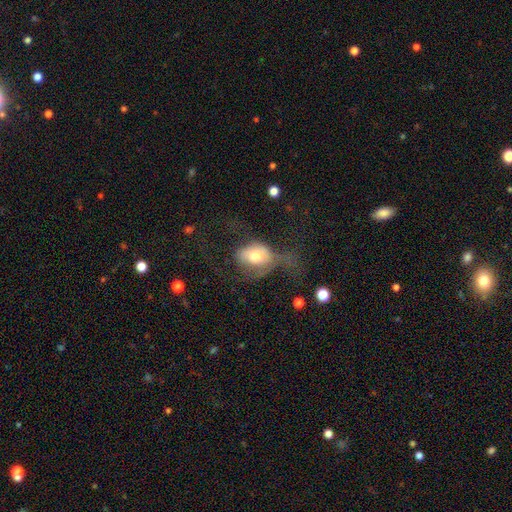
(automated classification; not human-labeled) The model was most divided on "how rounded": in between: 64%, round: 34%, cigar-shaped: 2%. More confident: smooth or featured — smooth (61%); merging — major disturbance (55%).